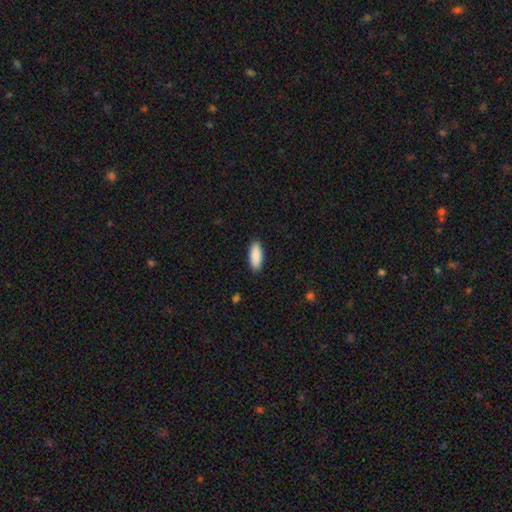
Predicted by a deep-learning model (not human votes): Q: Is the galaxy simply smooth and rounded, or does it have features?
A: smooth — 91%.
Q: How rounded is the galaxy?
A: in between — 76%.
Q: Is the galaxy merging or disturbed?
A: none — 90%.